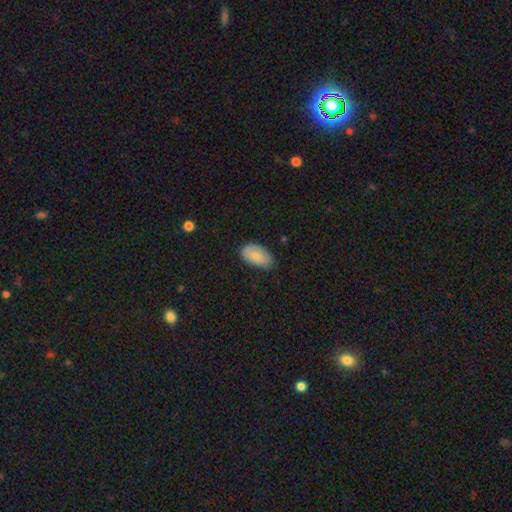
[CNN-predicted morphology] Overall: smooth (80%). How rounded: in between (94%). Merging: none (70%).